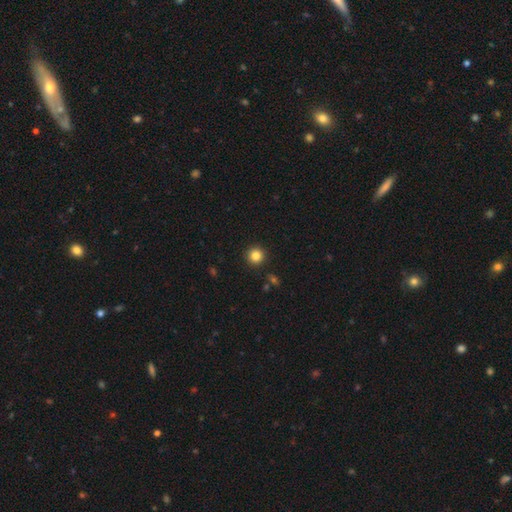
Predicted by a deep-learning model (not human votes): Q: Smooth or featured?
A: smooth (84%); runner-up: star or artifact (12%)
Q: How rounded?
A: round (95%); runner-up: in between (4%)
Q: Merging?
A: none (92%); runner-up: minor disturbance (5%)